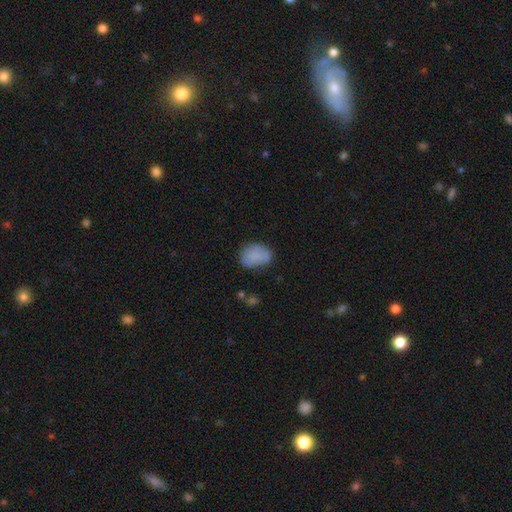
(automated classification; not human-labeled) This is clearly a smooth galaxy (81%). How rounded: likely in between (66%). Merging: possibly none (57%).